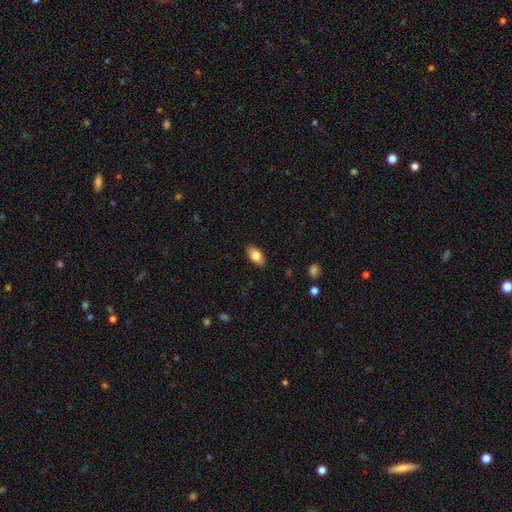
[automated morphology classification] This is clearly a smooth galaxy (81%). How rounded: clearly in between (92%). Merging: clearly none (88%).